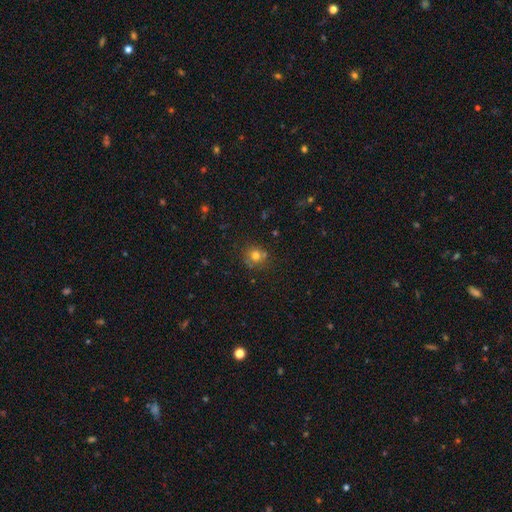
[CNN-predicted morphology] Q: Smooth or featured?
A: smooth (74%); runner-up: star or artifact (15%)
Q: How rounded?
A: round (86%); runner-up: in between (13%)
Q: Merging?
A: none (71%); runner-up: minor disturbance (14%)